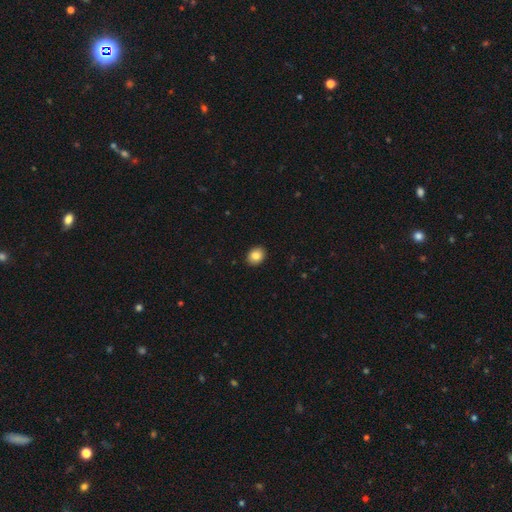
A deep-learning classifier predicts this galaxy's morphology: This is clearly a smooth galaxy (85%). How rounded: possibly in between (52%). Merging: clearly none (91%).